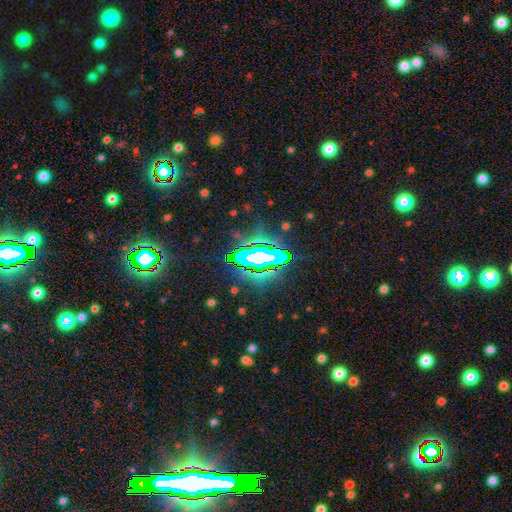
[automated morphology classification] Smooth or featured? Predicted: star or artifact (p=0.65).